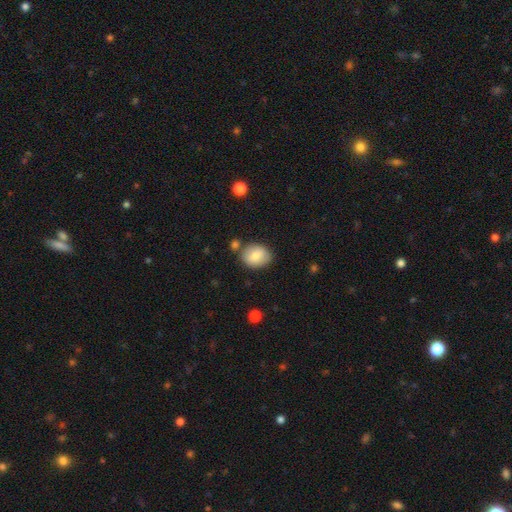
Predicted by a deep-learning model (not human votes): Smooth or featured: smooth — 78% (featured or disk — 15%)
How rounded: in between — 55% (round — 44%)
Merging: none — 74% (minor disturbance — 15%)